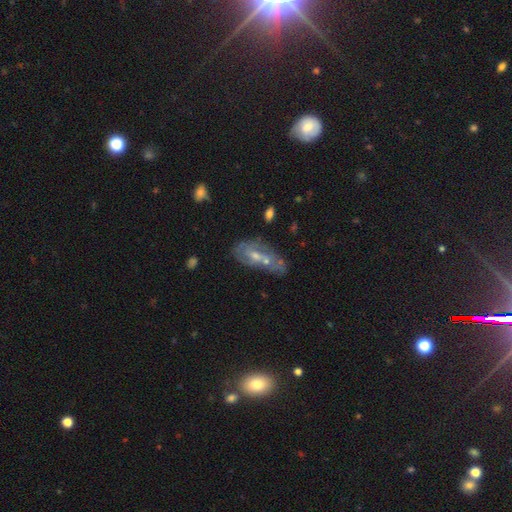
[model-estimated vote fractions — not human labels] Smooth or featured? featured or disk (62%)
Edge-on disk? no (86%)
Bar? no (56%)
Spiral arms? yes (54%)
Bulge size? small (47%)
Merging? none (43%)